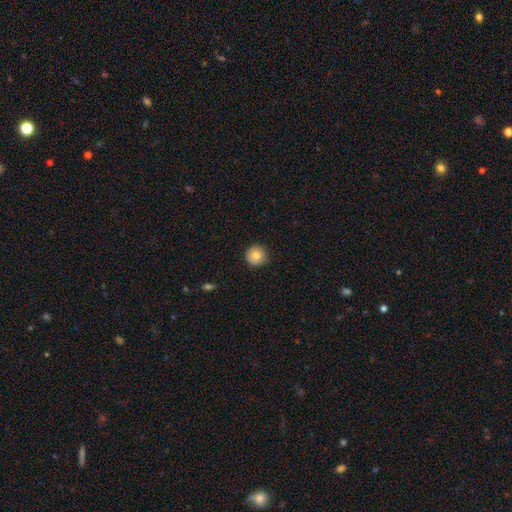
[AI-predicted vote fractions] A smooth galaxy with no disk features (82%) that is round (95%).

Vote fractions:
- Smooth or featured? smooth: 82% / star or artifact: 9% / featured or disk: 9%
- How rounded? round: 95% / in between: 4% / cigar-shaped: 1%
- Merging? none: 89% / minor disturbance: 9% / major disturbance: 2% / merger: 1%